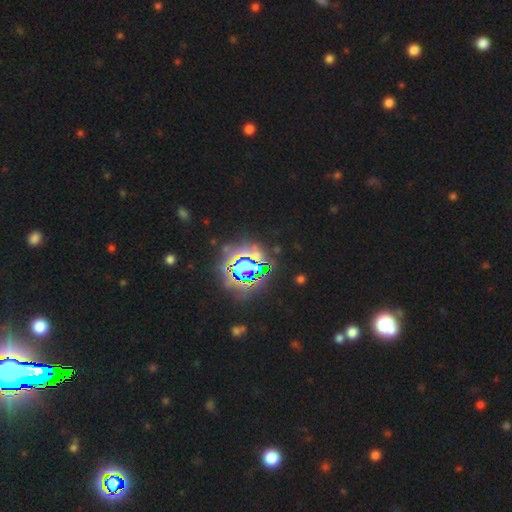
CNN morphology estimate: Overall: star or artifact (82%).